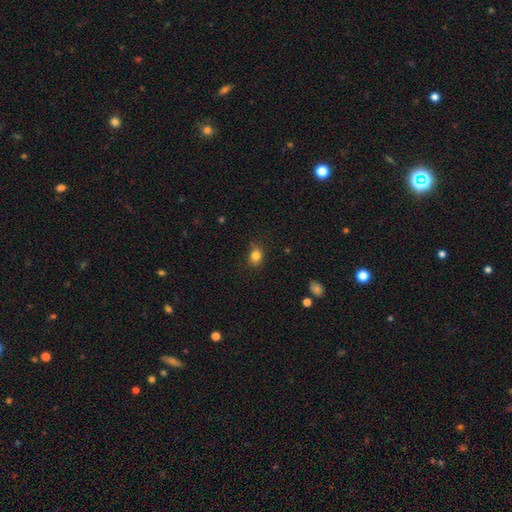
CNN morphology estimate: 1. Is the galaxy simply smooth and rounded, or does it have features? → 84% smooth, 11% star or artifact, 5% featured or disk.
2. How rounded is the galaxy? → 54% round, 45% in between, 1% cigar-shaped.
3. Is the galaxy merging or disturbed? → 76% none, 19% minor disturbance, 4% major disturbance, 1% merger.